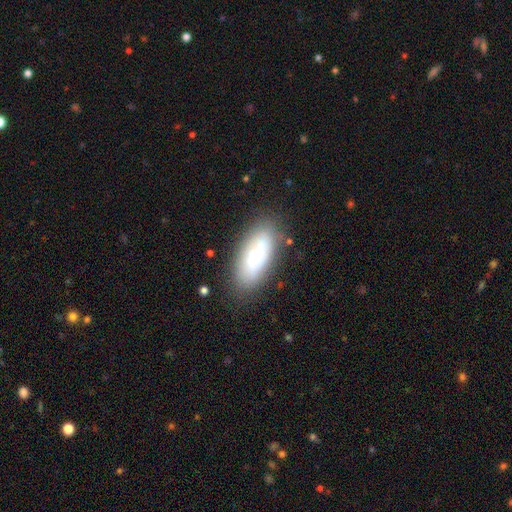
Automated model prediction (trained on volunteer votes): smooth 53%, featured or disk 39%, star or artifact 8%. Down the decision tree: how rounded — in between (85%); merging — none (78%).